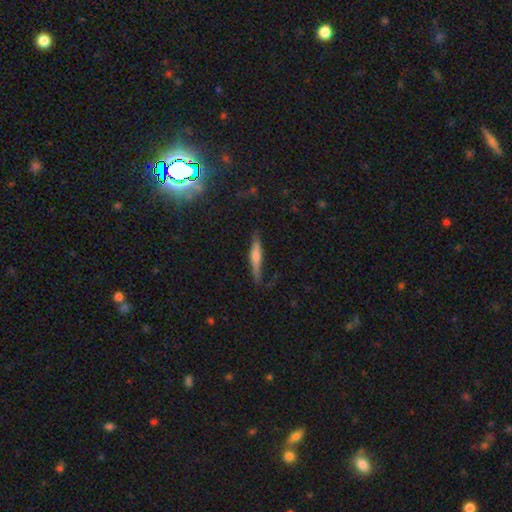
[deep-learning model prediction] Smooth or featured: featured or disk — 45% (smooth — 43%)
Merging: none — 78% (minor disturbance — 17%)